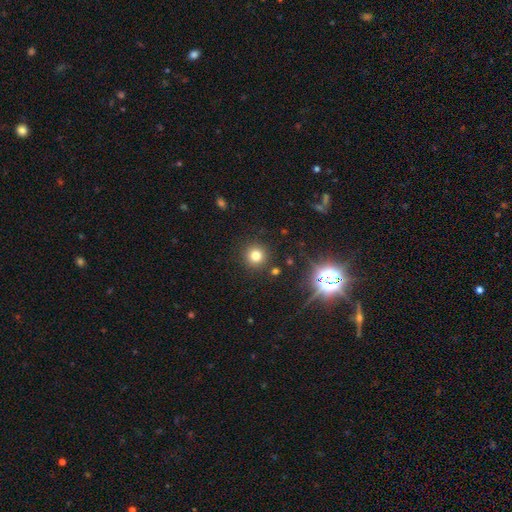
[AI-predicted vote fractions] Smooth or featured: smooth — 74% (star or artifact — 19%)
How rounded: round — 94% (in between — 5%)
Merging: none — 89% (minor disturbance — 6%)